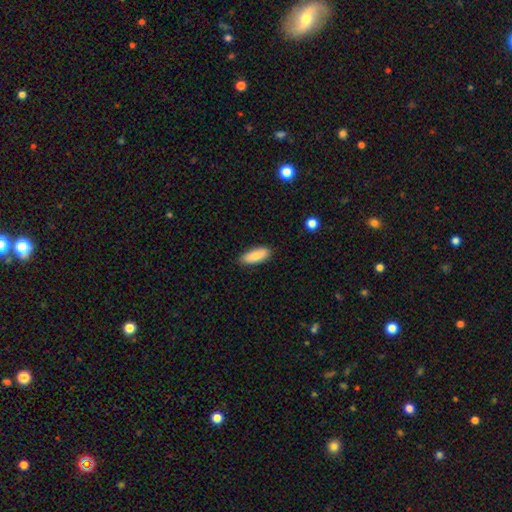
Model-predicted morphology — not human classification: This appears to be a smooth galaxy with no disk features (83%) that is in between round and cigar-shaped (77%). Merging: none (85%).